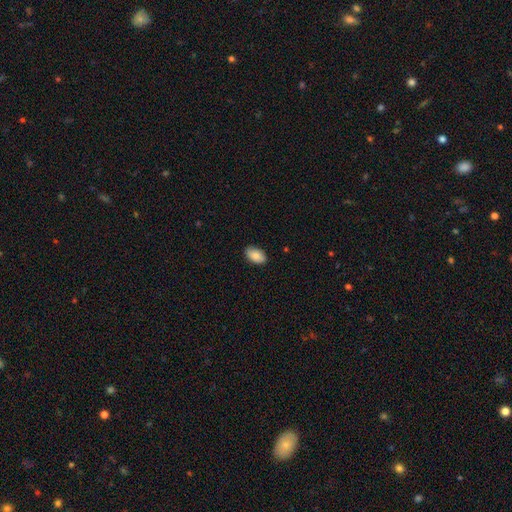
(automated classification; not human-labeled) Overall: smooth (86%). How rounded: in between (94%). Merging: none (85%).